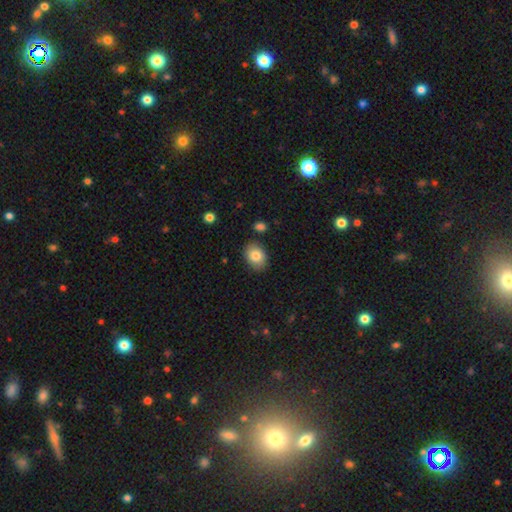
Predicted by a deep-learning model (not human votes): Morphology: type=smooth (83%); roundness=in between (66%); merging=none (84%).